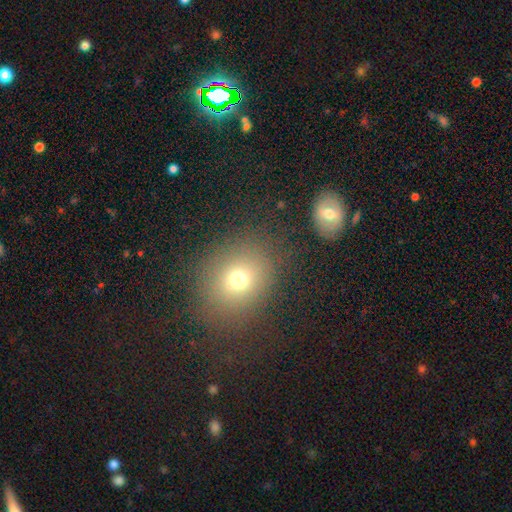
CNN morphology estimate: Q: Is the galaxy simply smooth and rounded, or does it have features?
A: smooth — 65%.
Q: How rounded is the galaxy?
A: round — 63%.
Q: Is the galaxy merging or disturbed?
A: none — 83%.